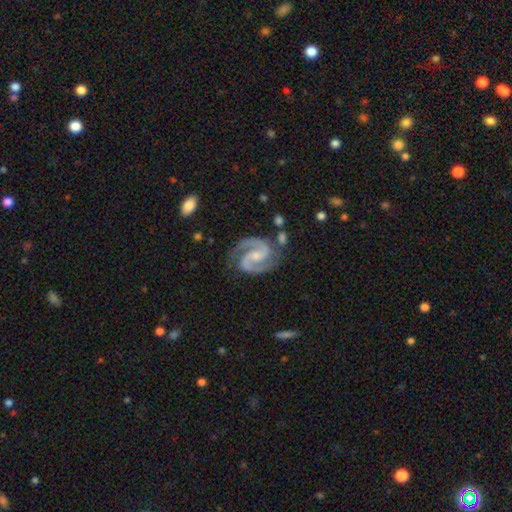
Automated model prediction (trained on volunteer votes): A featured or disk galaxy (94%) with a weak bar (41%), 2 (94%) medium (60%) spiral arms (99%) and a small central bulge (51%). Merging: none (78%).